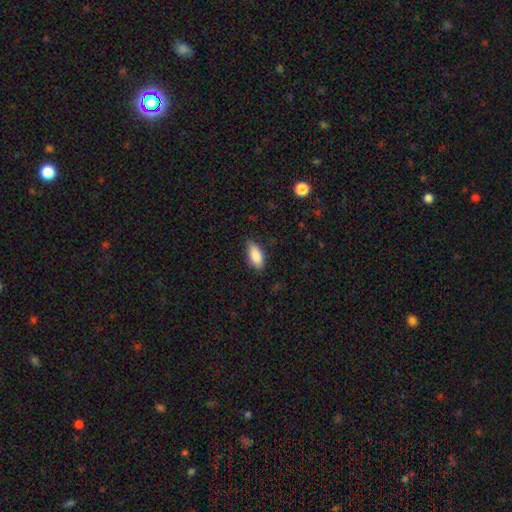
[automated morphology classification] Smooth or featured: smooth — 87% (featured or disk — 7%)
How rounded: in between — 85% (cigar-shaped — 12%)
Merging: none — 77% (minor disturbance — 19%)